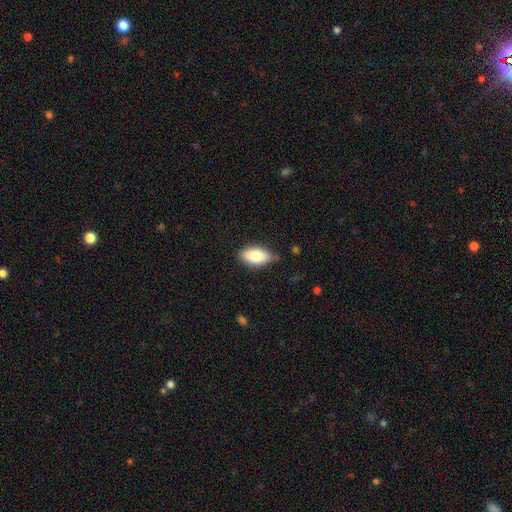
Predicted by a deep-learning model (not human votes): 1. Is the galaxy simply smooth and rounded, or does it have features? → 81% smooth, 12% featured or disk, 7% star or artifact.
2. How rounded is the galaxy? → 91% in between, 5% cigar-shaped, 4% round.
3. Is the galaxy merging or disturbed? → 82% none, 14% minor disturbance, 3% major disturbance, 1% merger.